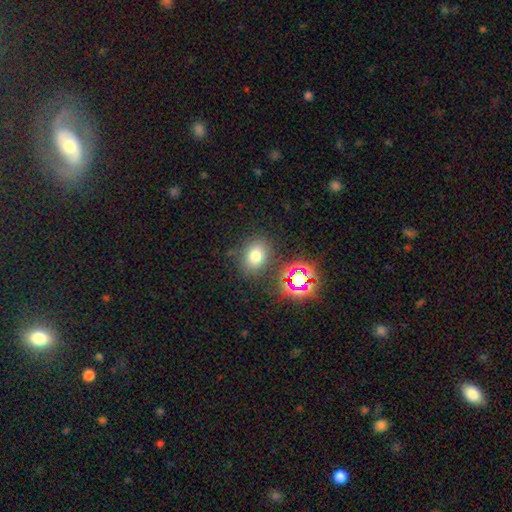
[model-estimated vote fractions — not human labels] smooth 71%, star or artifact 20%, featured or disk 10%. Down the decision tree: how rounded — in between (51%); merging — none (79%).